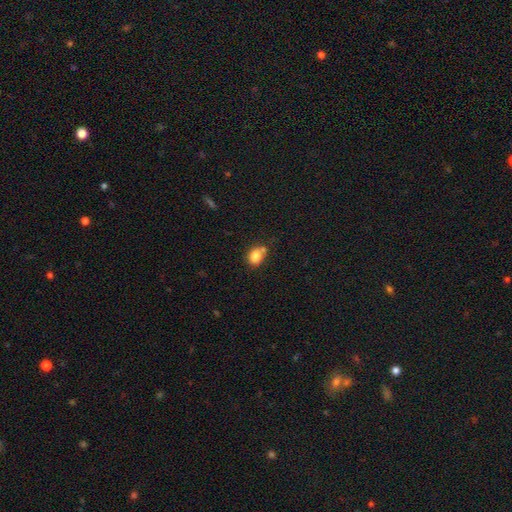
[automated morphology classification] smooth-or-featured: smooth: 81% | star or artifact: 10% | featured or disk: 9%
  how-rounded: in between: 54% | round: 45% | cigar-shaped: 1%
  merging: none: 54% | merger: 24% | minor disturbance: 18% | major disturbance: 5%